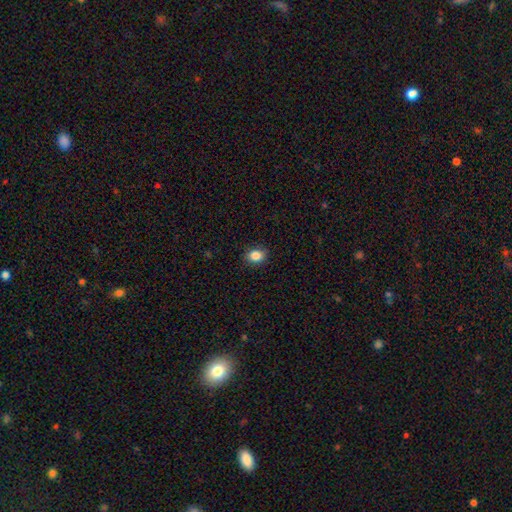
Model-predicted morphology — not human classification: Smooth or featured: smooth — 86% (star or artifact — 9%)
How rounded: in between — 56% (round — 43%)
Merging: none — 87% (minor disturbance — 9%)